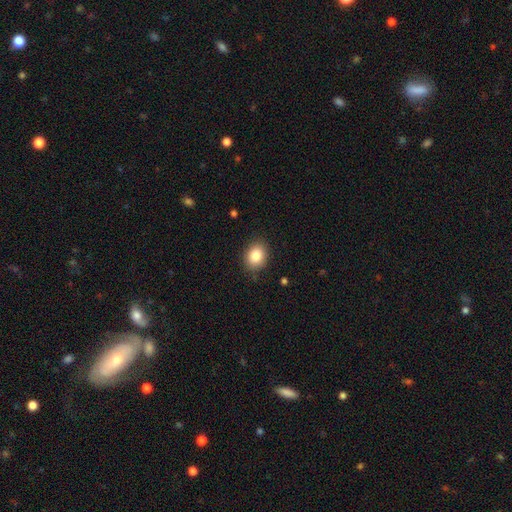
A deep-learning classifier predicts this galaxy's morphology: Overall: smooth (84%). How rounded: in between (55%; round 44%). Merging: none (86%).